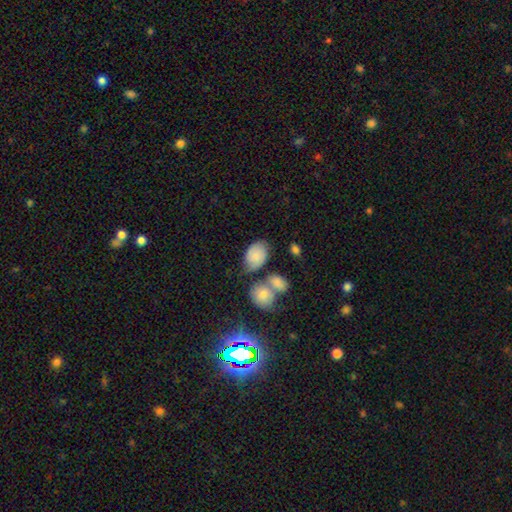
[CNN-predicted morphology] Overall: smooth (74%). How rounded: in between (80%). Merging: none (49%; merger 22%).